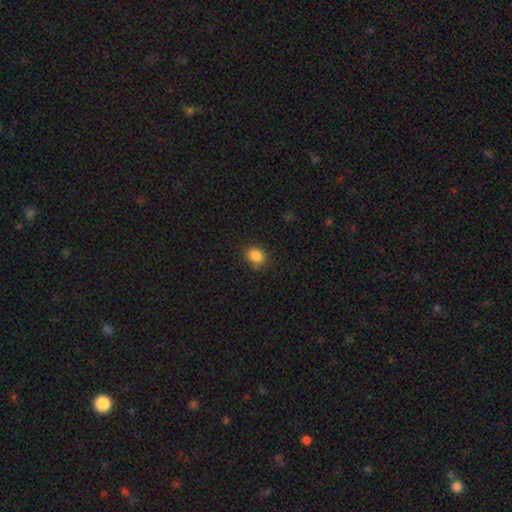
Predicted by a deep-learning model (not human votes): Q: Smooth or featured?
A: smooth (86%); runner-up: star or artifact (10%)
Q: How rounded?
A: round (60%); runner-up: in between (39%)
Q: Merging?
A: none (83%); runner-up: minor disturbance (13%)